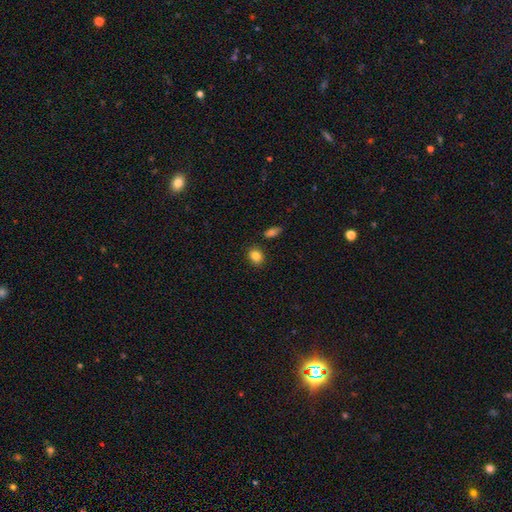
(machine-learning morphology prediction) type=smooth (85%); roundness=in between (55%); merging=none (84%).